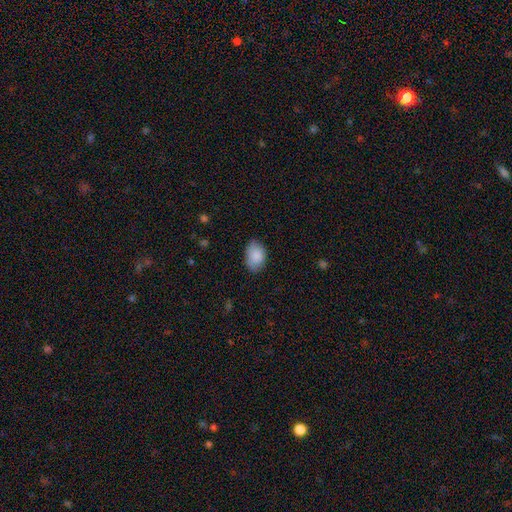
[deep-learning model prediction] A smooth galaxy with no disk features (88%) that is in between round and cigar-shaped (86%).

Vote fractions:
- Smooth or featured? smooth: 88% / star or artifact: 7% / featured or disk: 6%
- How rounded? in between: 86% / round: 12% / cigar-shaped: 1%
- Merging? none: 76% / minor disturbance: 19% / major disturbance: 3% / merger: 1%